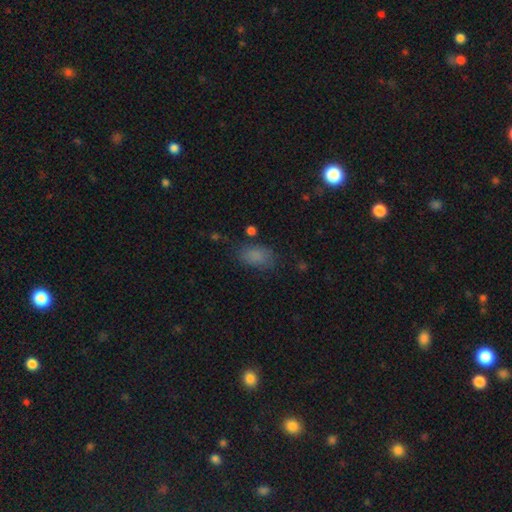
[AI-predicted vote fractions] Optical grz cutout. It shows a smooth galaxy with no disk features (80%) that is in between round and cigar-shaped (89%). Merging: none (68%).